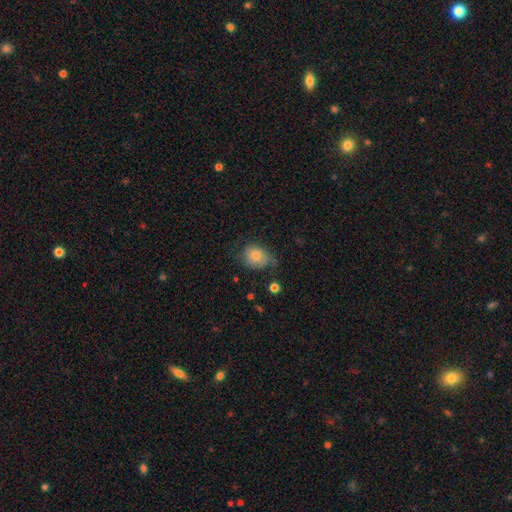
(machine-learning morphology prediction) This appears to be a smooth galaxy with no disk features (70%) that is round (60%). Merging: none (47%).